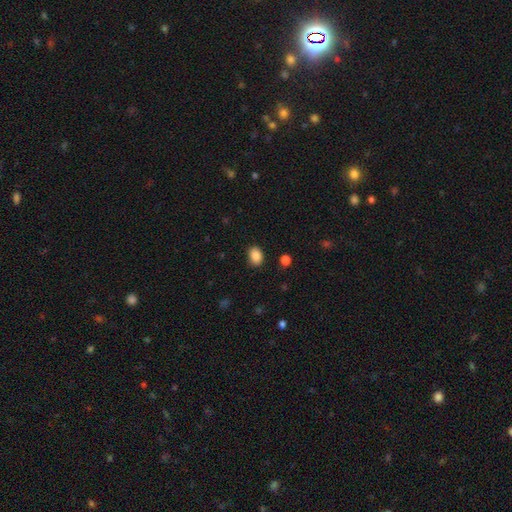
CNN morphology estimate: Smooth or featured?
  - smooth: 88% *
  - star or artifact: 8%
  - featured or disk: 4%
How rounded?
  - in between: 73% *
  - round: 26%
  - cigar-shaped: 1%
Merging?
  - none: 86% *
  - minor disturbance: 10%
  - major disturbance: 3%
  - merger: 1%